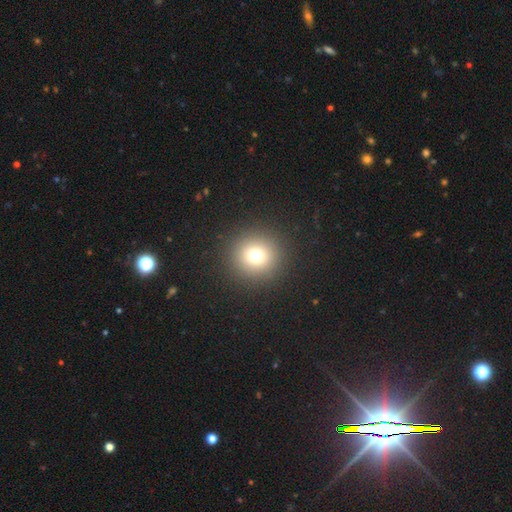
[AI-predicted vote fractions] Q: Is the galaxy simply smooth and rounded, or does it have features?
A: smooth — 73%.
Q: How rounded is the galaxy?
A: round — 95%.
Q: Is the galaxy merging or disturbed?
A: none — 92%.